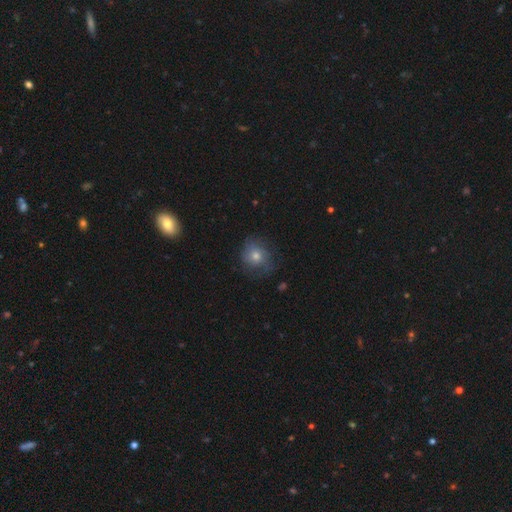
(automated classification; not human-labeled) This is possibly a smooth galaxy (49%). Merging: likely none (70%).